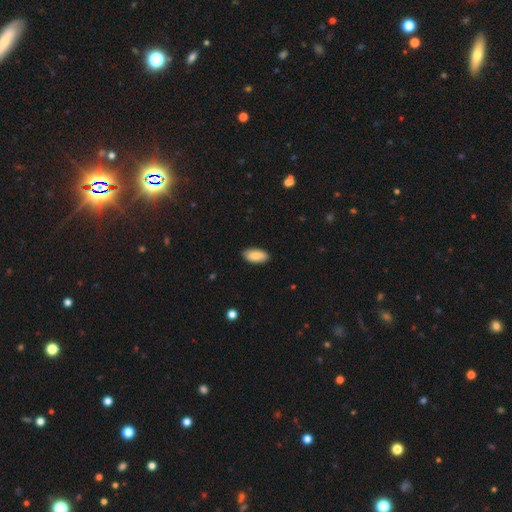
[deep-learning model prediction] smooth-or-featured: smooth: 87% | featured or disk: 7% | star or artifact: 6%
  how-rounded: in between: 92% | cigar-shaped: 6% | round: 2%
  merging: none: 89% | minor disturbance: 8% | major disturbance: 2% | merger: 1%